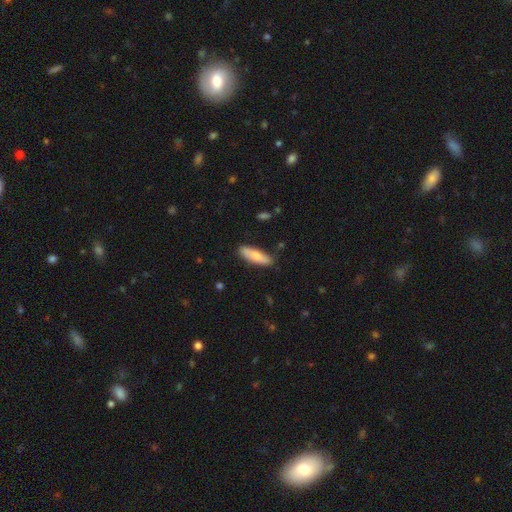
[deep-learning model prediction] Smooth or featured? Predicted: smooth (p=0.78). How rounded? Predicted: cigar-shaped (p=0.51). Merging? Predicted: none (p=0.82).